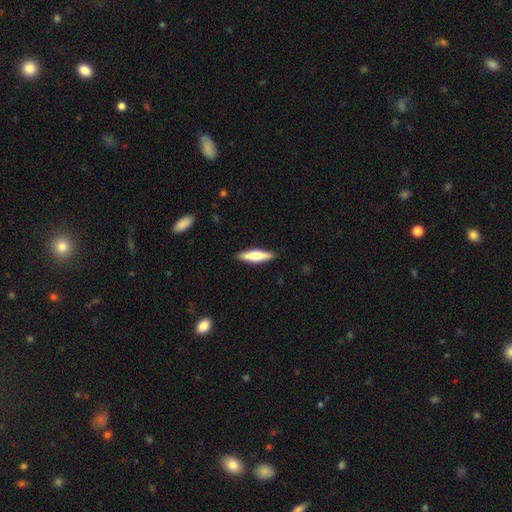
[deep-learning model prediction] Morphology: type=smooth (54%); roundness=cigar-shaped (75%); merging=none (90%).